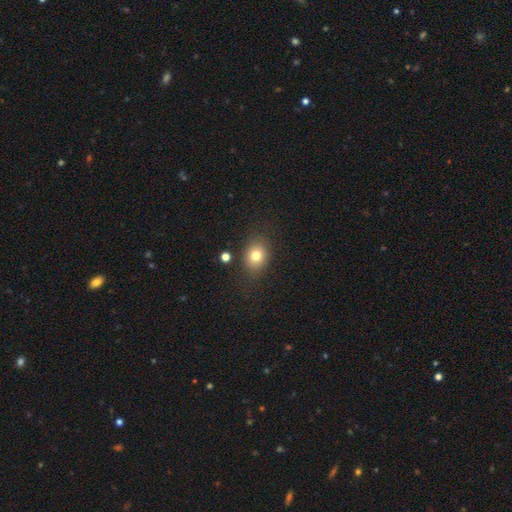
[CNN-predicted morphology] Overall: smooth (78%). How rounded: in between (51%; round 48%). Merging: none (80%).